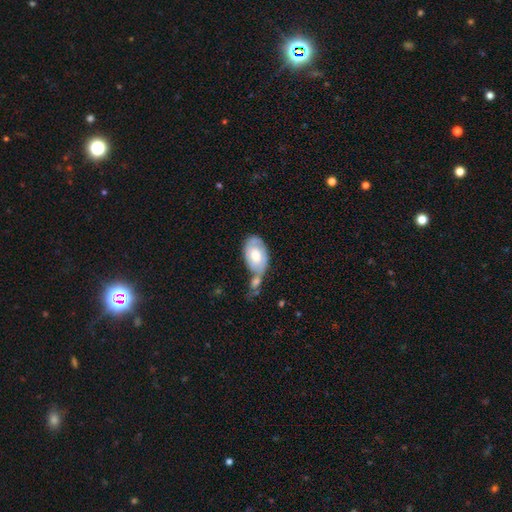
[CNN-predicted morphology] Smooth or featured: smooth — 49% (featured or disk — 46%)
Merging: merger — 41% (none — 30%)